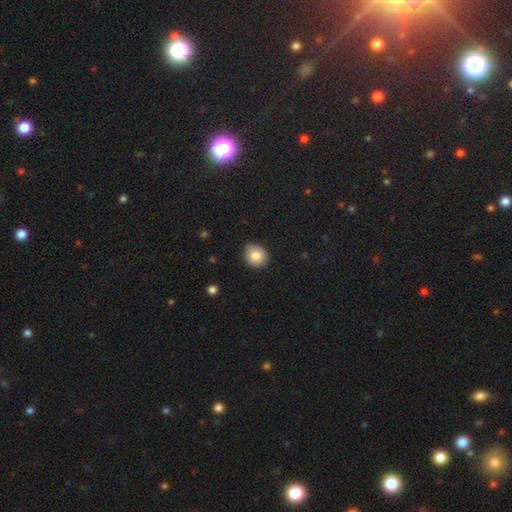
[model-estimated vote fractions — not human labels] smooth-or-featured: smooth: 83% | star or artifact: 9% | featured or disk: 8%
  how-rounded: round: 72% | in between: 27% | cigar-shaped: 1%
  merging: none: 81% | minor disturbance: 16% | major disturbance: 2% | merger: 1%